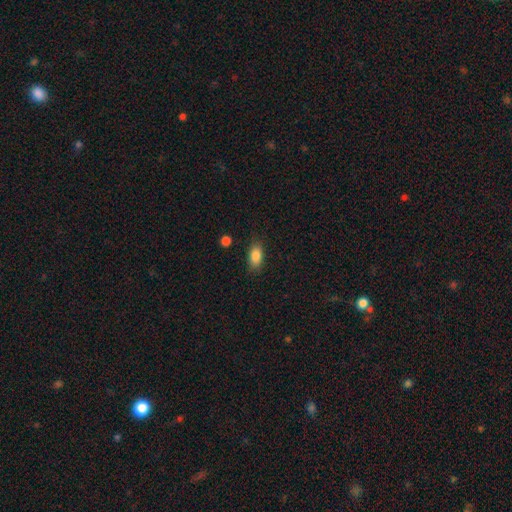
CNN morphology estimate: Q: Smooth or featured?
A: smooth (86%); runner-up: star or artifact (8%)
Q: How rounded?
A: in between (88%); runner-up: round (6%)
Q: Merging?
A: none (83%); runner-up: minor disturbance (12%)